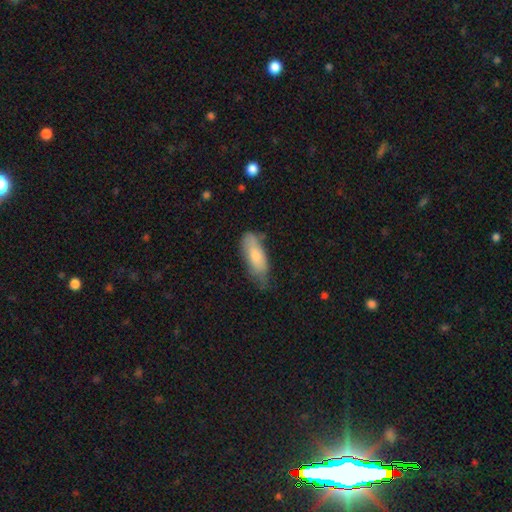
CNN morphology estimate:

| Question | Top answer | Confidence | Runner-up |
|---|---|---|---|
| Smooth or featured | smooth | 75% | featured or disk (19%) |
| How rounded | in between | 69% | cigar-shaped (28%) |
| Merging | none | 53% | minor disturbance (36%) |